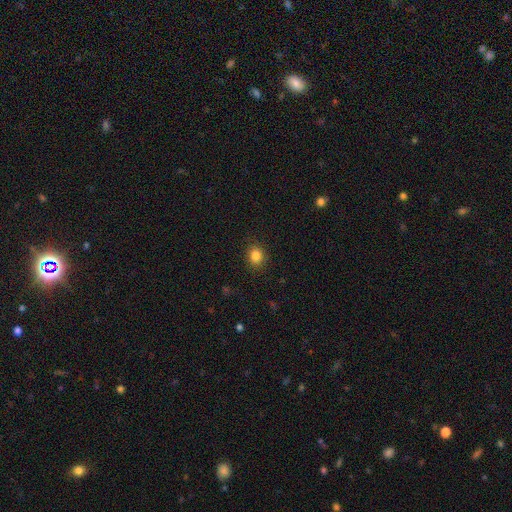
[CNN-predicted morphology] Q: Smooth or featured?
A: smooth (85%); runner-up: star or artifact (10%)
Q: How rounded?
A: round (66%); runner-up: in between (33%)
Q: Merging?
A: none (87%); runner-up: minor disturbance (9%)